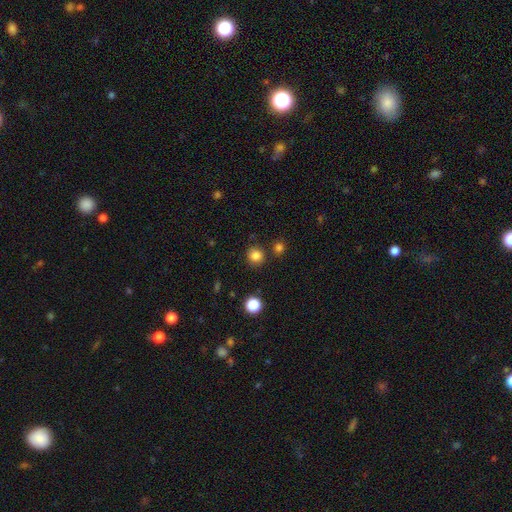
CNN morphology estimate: The model was most divided on "smooth or featured": smooth: 83%, star or artifact: 13%, featured or disk: 4%. More confident: how rounded — round (91%); merging — none (84%).